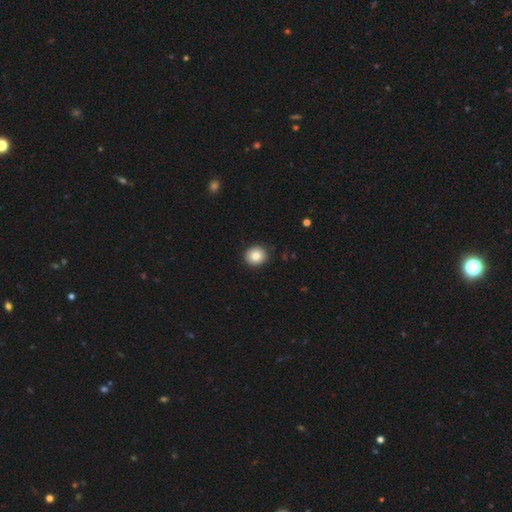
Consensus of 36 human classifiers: Morphology: type=smooth (94%); roundness=round (88%); merging=none (94%).